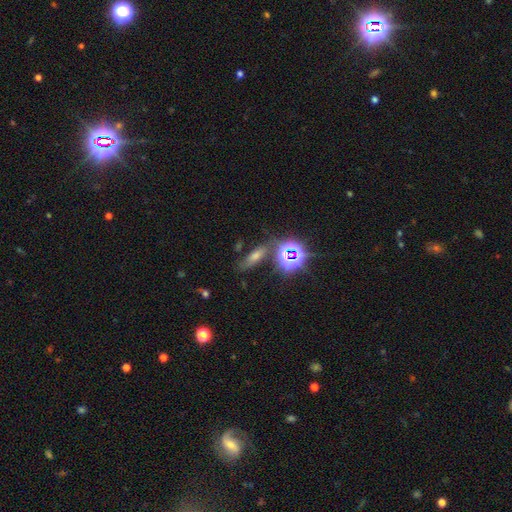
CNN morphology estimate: This appears to be a smooth galaxy with no disk features (39%). Merging: none (72%).